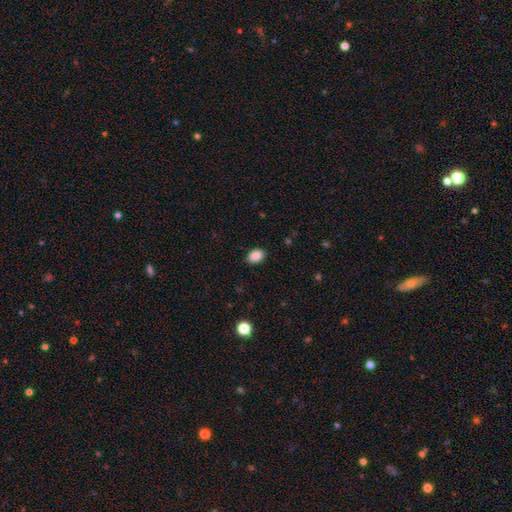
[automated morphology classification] This appears to be a smooth galaxy with no disk features (88%) that is in between round and cigar-shaped (78%). Merging: none (88%).